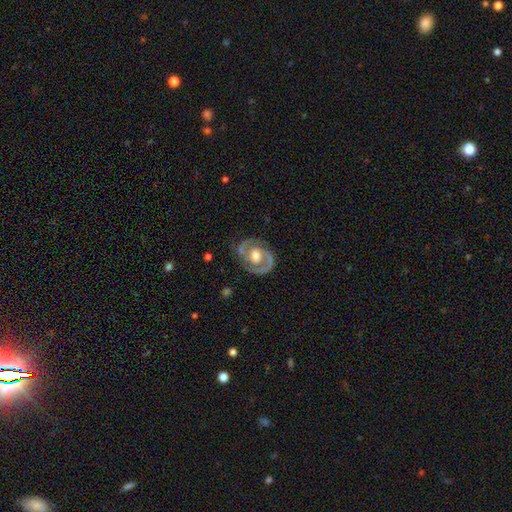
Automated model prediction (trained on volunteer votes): A featured or disk galaxy (88%) with no bar (58%), 2 (88%) medium (47%) spiral arms (94%) and a moderate central bulge (68%). Merging: none (79%).